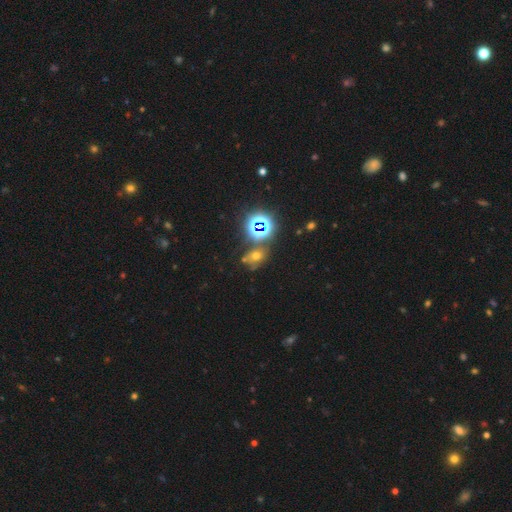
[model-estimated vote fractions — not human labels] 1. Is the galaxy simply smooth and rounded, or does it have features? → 46% star or artifact, 37% smooth, 17% featured or disk.